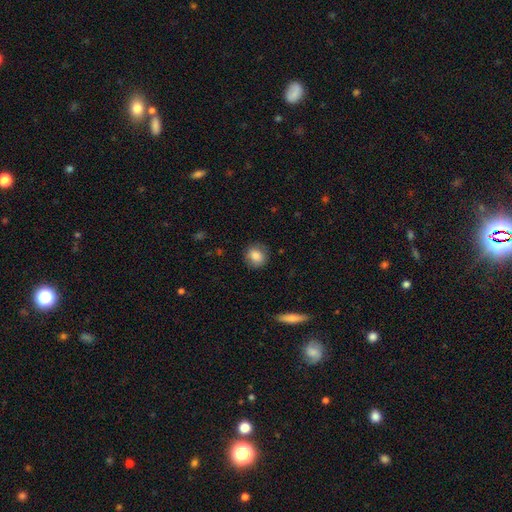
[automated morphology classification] smooth 83%, star or artifact 9%, featured or disk 9%. Down the decision tree: how rounded — round (83%); merging — none (85%).